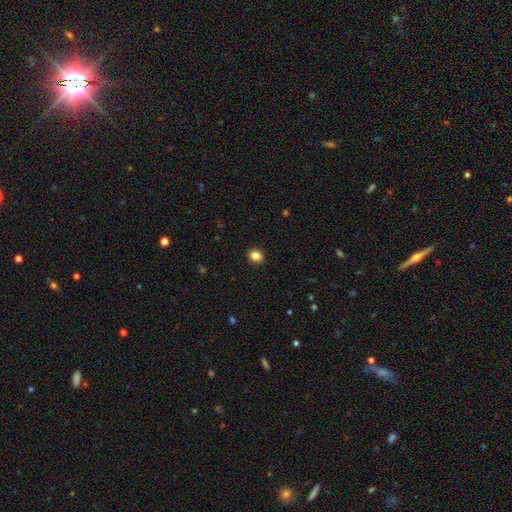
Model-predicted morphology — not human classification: Overall: smooth (85%). How rounded: round (75%). Merging: none (92%).